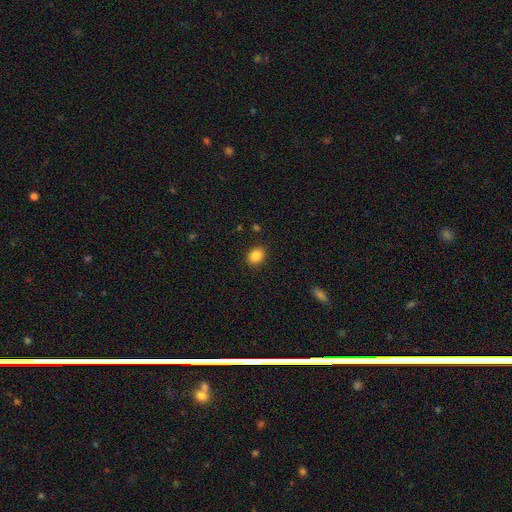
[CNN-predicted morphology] Smooth or featured: smooth — 87% (star or artifact — 9%)
How rounded: in between — 58% (round — 41%)
Merging: none — 88% (minor disturbance — 9%)